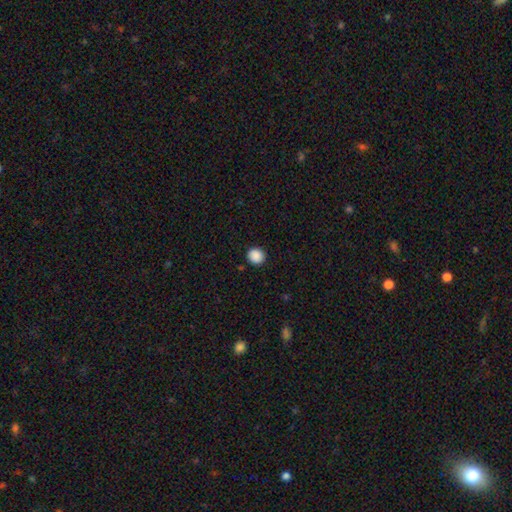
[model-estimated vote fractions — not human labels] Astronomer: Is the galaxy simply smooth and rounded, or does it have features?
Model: smooth — 89%.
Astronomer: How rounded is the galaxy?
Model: round — 88%.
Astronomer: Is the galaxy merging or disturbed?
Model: none — 91%.